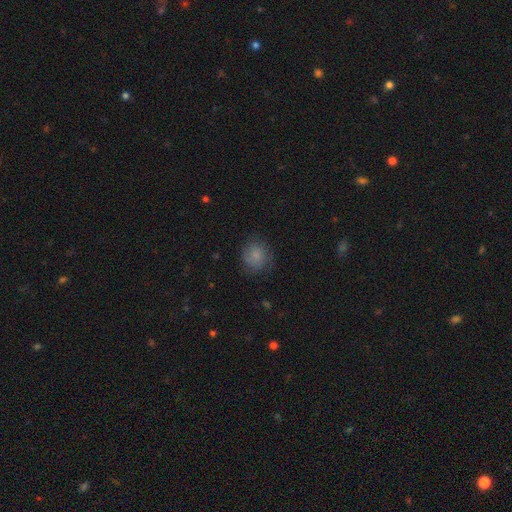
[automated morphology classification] smooth-or-featured: smooth: 79% | featured or disk: 11% | star or artifact: 9%
  how-rounded: round: 83% | in between: 16% | cigar-shaped: 1%
  merging: none: 74% | minor disturbance: 19% | major disturbance: 6% | merger: 1%